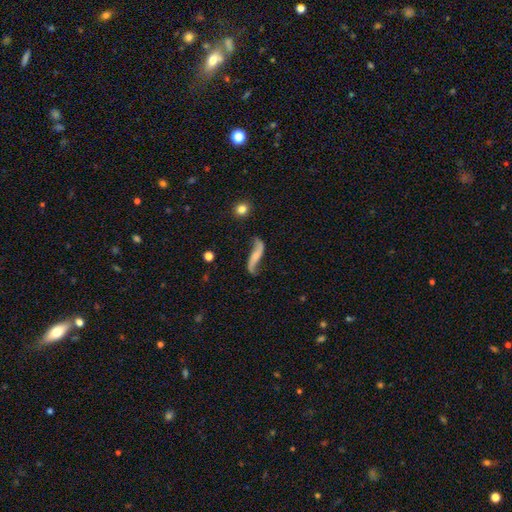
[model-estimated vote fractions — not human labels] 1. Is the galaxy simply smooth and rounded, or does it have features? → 75% featured or disk, 18% smooth, 7% star or artifact.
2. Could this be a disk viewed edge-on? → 84% no, 16% yes.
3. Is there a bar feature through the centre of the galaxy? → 55% no, 26% weak, 19% strong.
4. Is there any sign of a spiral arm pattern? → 91% yes, 9% no.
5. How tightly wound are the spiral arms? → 94% loose, 4% medium, 2% tight.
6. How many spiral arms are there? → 92% 2, 4% 1, 2% can't tell, 1% 3, 1% 4, 1% more than 4.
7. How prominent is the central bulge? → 46% none, 35% small, 14% moderate, 3% large, 2% dominant.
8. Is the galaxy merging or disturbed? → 61% none, 21% minor disturbance, 13% major disturbance, 5% merger.